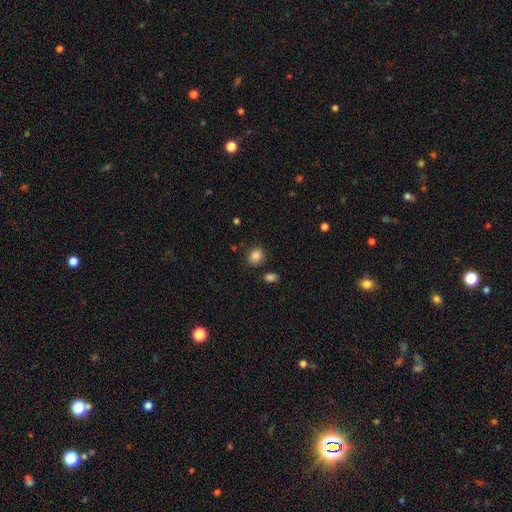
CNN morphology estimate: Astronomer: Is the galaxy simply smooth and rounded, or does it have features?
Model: smooth — 86%.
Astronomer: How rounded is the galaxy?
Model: round — 61% (runner-up: in between, 38%).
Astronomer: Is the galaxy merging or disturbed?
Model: none — 81%.